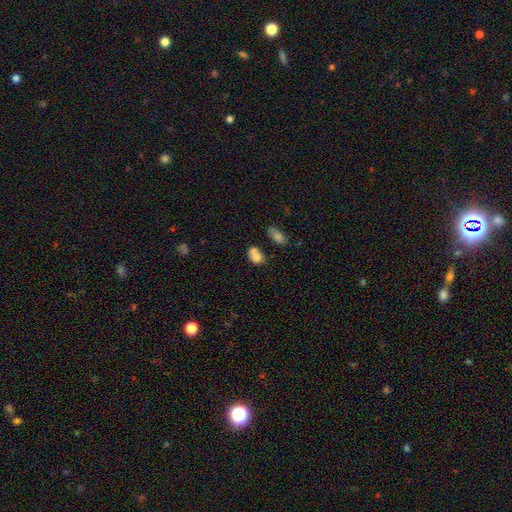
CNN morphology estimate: This is likely a smooth galaxy (76%). How rounded: possibly in between (60%). Merging: possibly merger (49%).